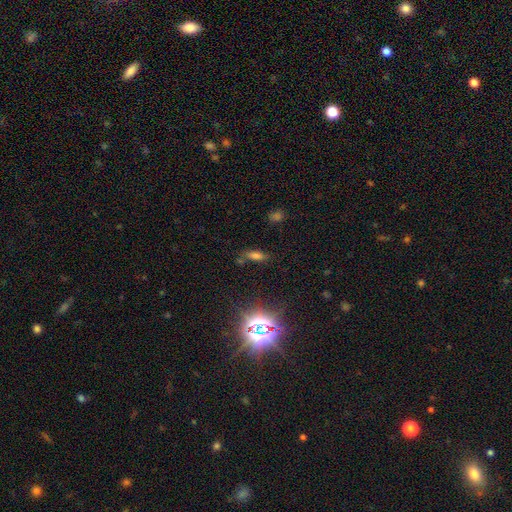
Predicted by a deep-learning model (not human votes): smooth 59%, star or artifact 28%, featured or disk 14%. Down the decision tree: how rounded — in between (56%); merging — none (66%).